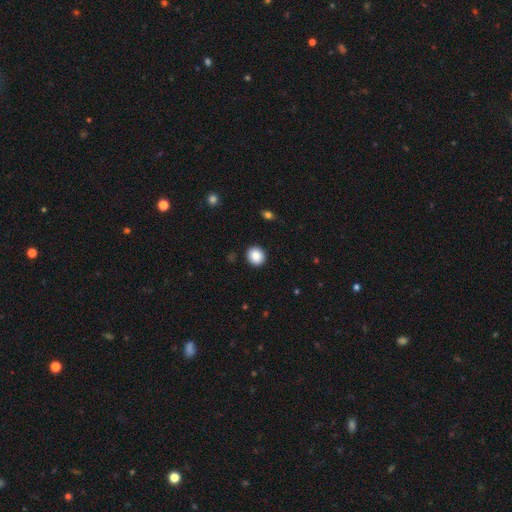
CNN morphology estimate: type=smooth (87%); roundness=round (84%); merging=none (92%).